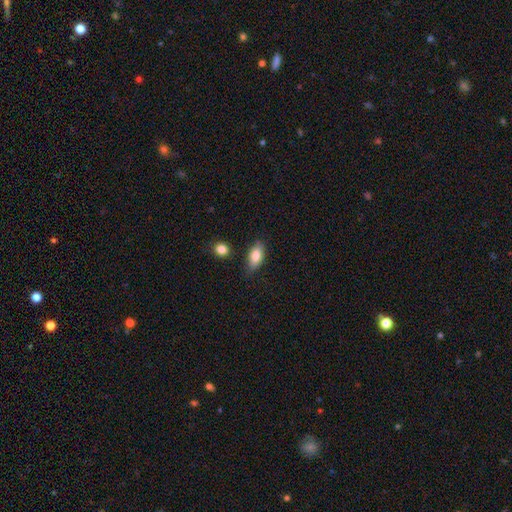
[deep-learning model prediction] Q: Smooth or featured?
A: smooth (81%); runner-up: featured or disk (12%)
Q: How rounded?
A: in between (86%); runner-up: cigar-shaped (9%)
Q: Merging?
A: none (78%); runner-up: minor disturbance (16%)